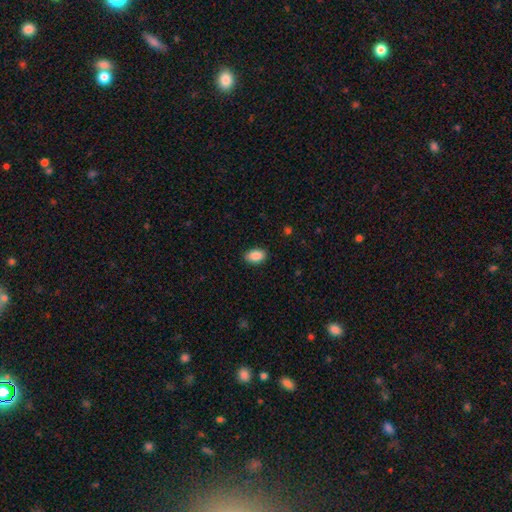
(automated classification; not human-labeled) A smooth galaxy with no disk features (90%) that is in between round and cigar-shaped (90%).

Vote fractions:
- Smooth or featured? smooth: 90% / star or artifact: 7% / featured or disk: 3%
- How rounded? in between: 90% / round: 9% / cigar-shaped: 1%
- Merging? none: 88% / minor disturbance: 9% / major disturbance: 2% / merger: 1%